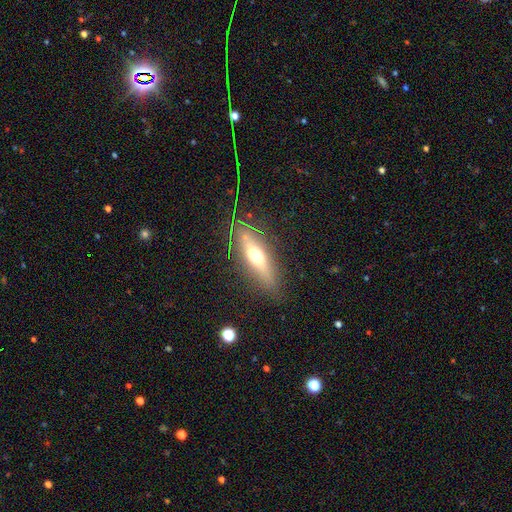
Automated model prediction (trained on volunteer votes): smooth 47%, featured or disk 42%, star or artifact 11%. Down the decision tree: merging — none (84%).